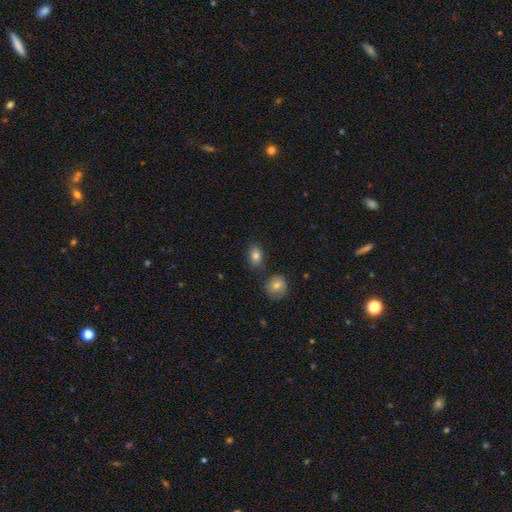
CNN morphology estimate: Overall: smooth (83%). How rounded: in between (76%). Merging: none (77%).